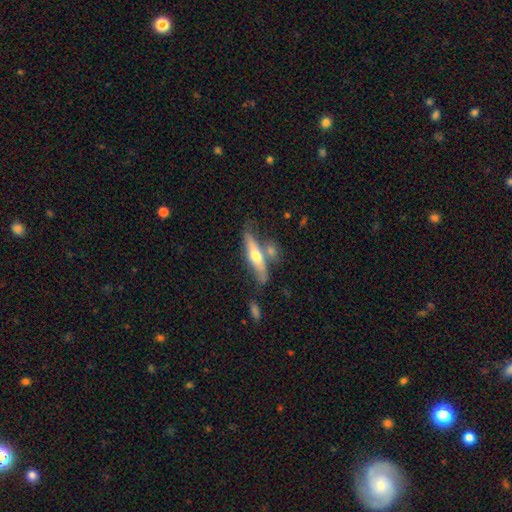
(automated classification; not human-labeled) Smooth or featured?
  - featured or disk: 53% *
  - smooth: 42%
  - star or artifact: 6%
Edge-on disk?
  - yes: 86% *
  - no: 14%
Merging?
  - none: 56% *
  - merger: 21%
  - minor disturbance: 18%
  - major disturbance: 6%